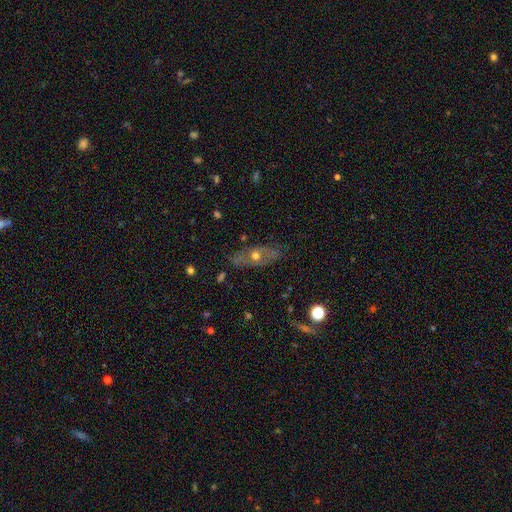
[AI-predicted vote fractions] A featured or disk galaxy (50%).

Vote fractions:
- Smooth or featured? featured or disk: 50% / smooth: 41% / star or artifact: 9%
- Merging? none: 71% / minor disturbance: 20% / major disturbance: 6% / merger: 3%